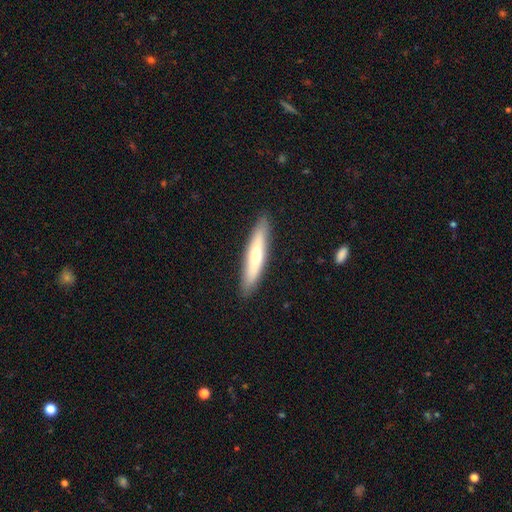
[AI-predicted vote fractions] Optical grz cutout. It shows a smooth galaxy with no disk features (57%) that is cigar-shaped (85%). Merging: none (90%).